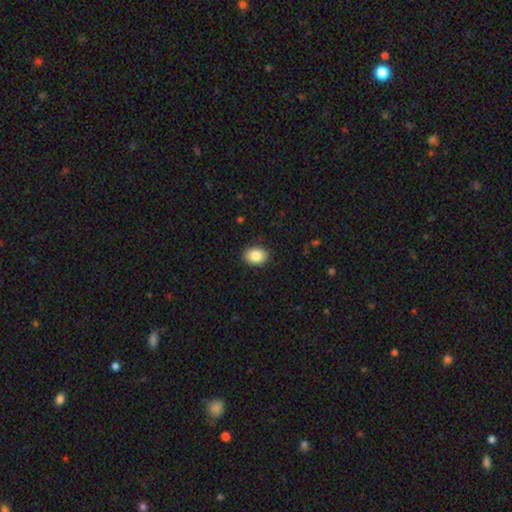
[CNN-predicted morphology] This appears to be a smooth galaxy with no disk features (86%) that is in between round and cigar-shaped (56%). Merging: none (89%).